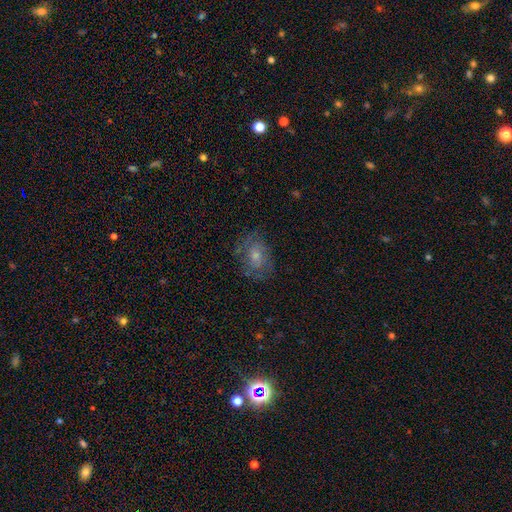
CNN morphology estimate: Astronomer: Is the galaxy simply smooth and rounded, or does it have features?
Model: featured or disk — 43% (runner-up: smooth, 40%).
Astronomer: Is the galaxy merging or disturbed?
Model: none — 74%.